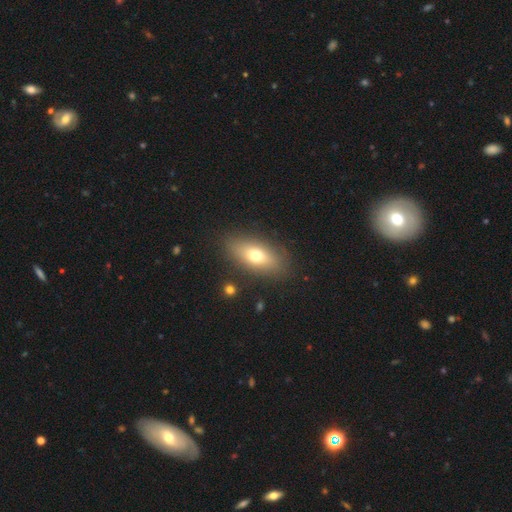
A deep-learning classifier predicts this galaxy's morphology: This appears to be a smooth galaxy with no disk features (69%) that is in between round and cigar-shaped (81%). Merging: none (84%).